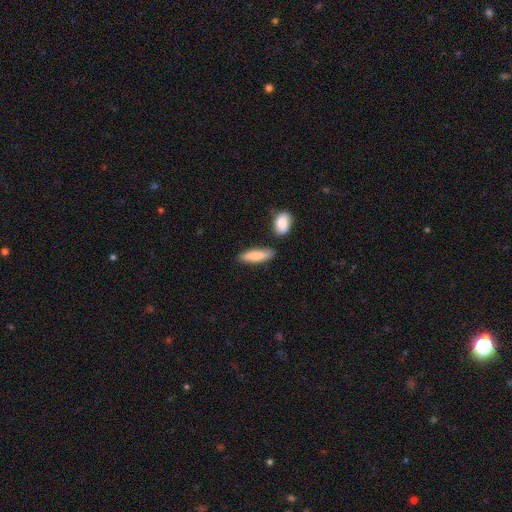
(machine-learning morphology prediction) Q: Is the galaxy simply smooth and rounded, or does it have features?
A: smooth — 83%.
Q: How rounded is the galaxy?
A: cigar-shaped — 54%.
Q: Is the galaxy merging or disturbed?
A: none — 77%.